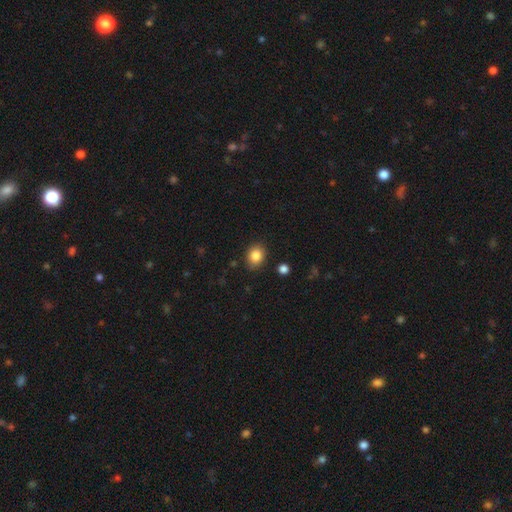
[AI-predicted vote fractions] Smooth or featured?
  - smooth: 85% *
  - star or artifact: 10%
  - featured or disk: 5%
How rounded?
  - round: 53% *
  - in between: 46%
  - cigar-shaped: 1%
Merging?
  - none: 85% *
  - minor disturbance: 10%
  - major disturbance: 3%
  - merger: 2%